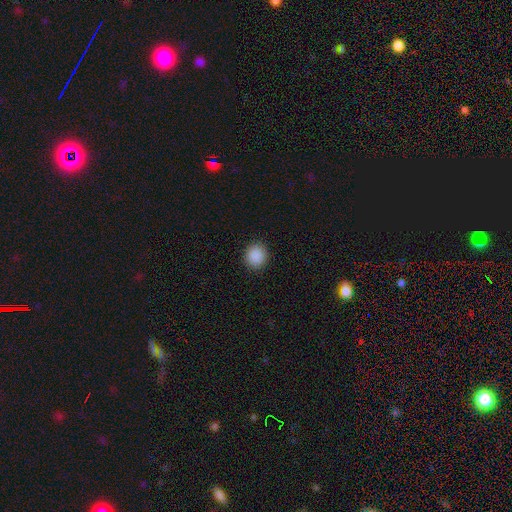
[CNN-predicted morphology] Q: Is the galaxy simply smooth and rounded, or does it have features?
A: smooth — 89%.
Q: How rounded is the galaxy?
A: round — 83%.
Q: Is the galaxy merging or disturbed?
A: none — 91%.